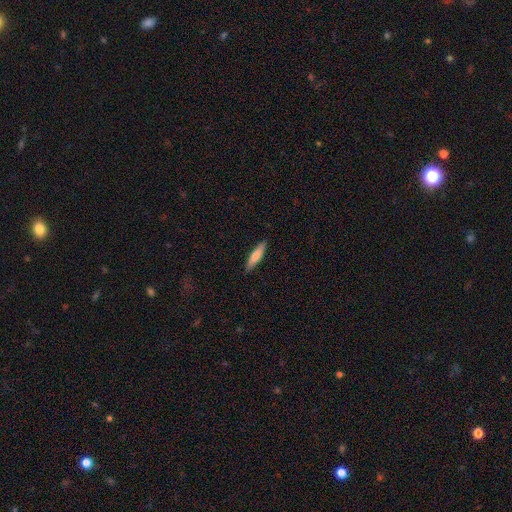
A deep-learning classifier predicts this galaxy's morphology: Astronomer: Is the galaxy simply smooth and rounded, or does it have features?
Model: smooth — 72%.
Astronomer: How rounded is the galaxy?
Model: cigar-shaped — 81%.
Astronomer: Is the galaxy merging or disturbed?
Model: none — 89%.